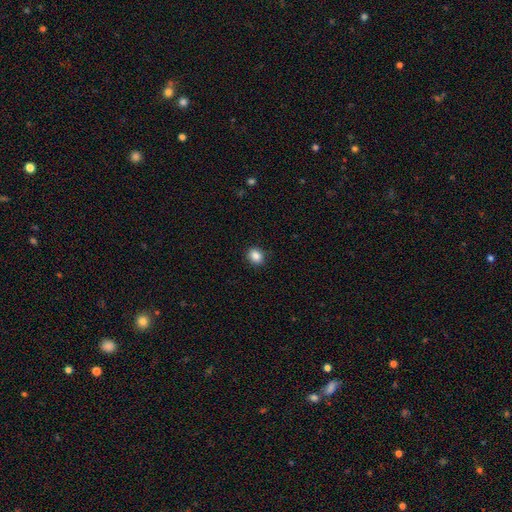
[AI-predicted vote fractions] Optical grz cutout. It shows a smooth galaxy with no disk features (87%) that is round (60%). Merging: none (90%).